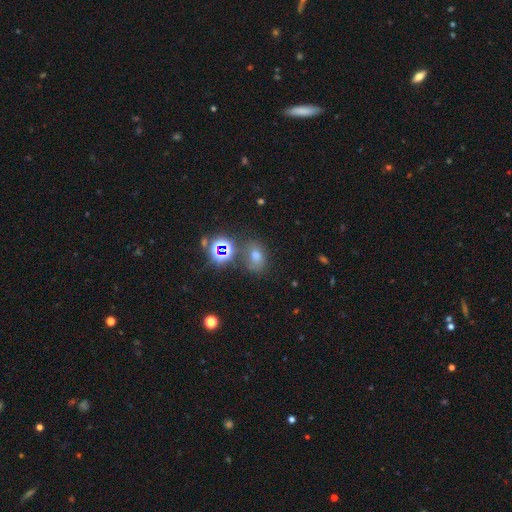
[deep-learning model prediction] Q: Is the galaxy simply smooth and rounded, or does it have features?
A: smooth — 52%.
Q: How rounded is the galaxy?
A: in between — 62%.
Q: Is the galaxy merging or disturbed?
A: none — 68%.